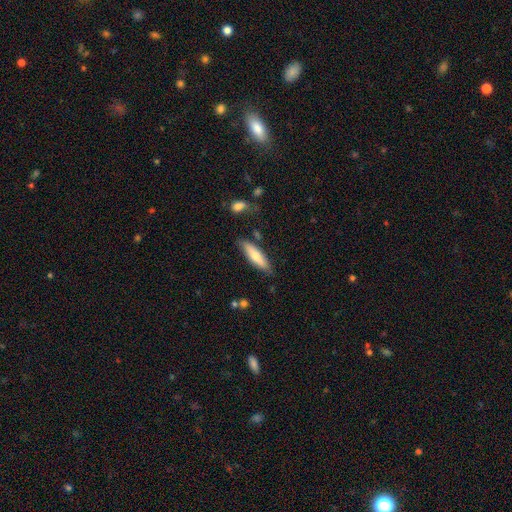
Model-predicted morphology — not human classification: Smooth or featured? Predicted: smooth (p=0.64). How rounded? Predicted: cigar-shaped (p=0.67). Merging? Predicted: none (p=0.80).